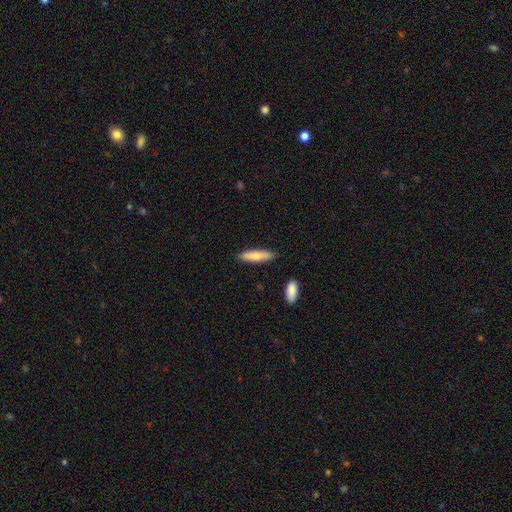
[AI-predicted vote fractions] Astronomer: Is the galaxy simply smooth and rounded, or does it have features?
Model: smooth — 76%.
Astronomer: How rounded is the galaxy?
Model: cigar-shaped — 71%.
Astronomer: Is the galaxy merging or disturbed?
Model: none — 86%.